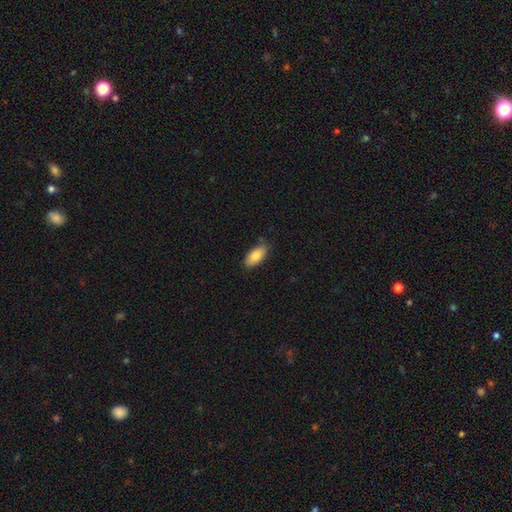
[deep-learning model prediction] Morphology: type=smooth (82%); roundness=in between (89%); merging=none (80%).